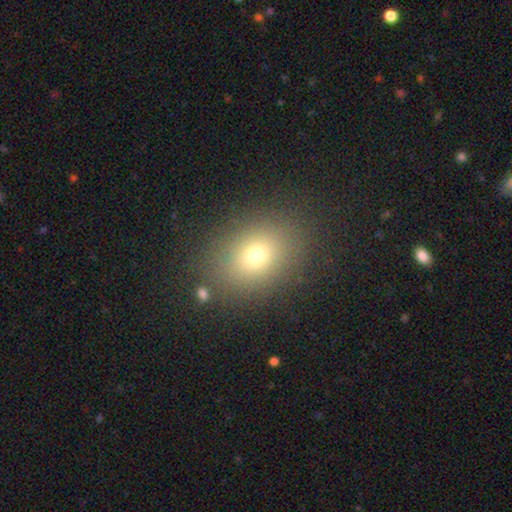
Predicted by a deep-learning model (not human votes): Morphology: type=smooth (73%); roundness=in between (63%); merging=none (83%).